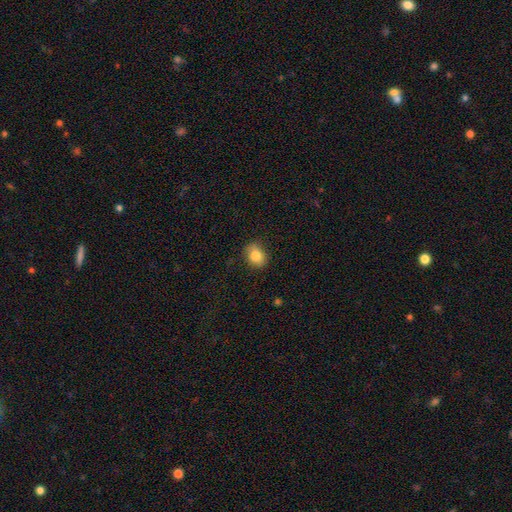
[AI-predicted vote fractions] This appears to be a smooth galaxy with no disk features (85%) that is in between round and cigar-shaped (59%). Merging: none (80%).